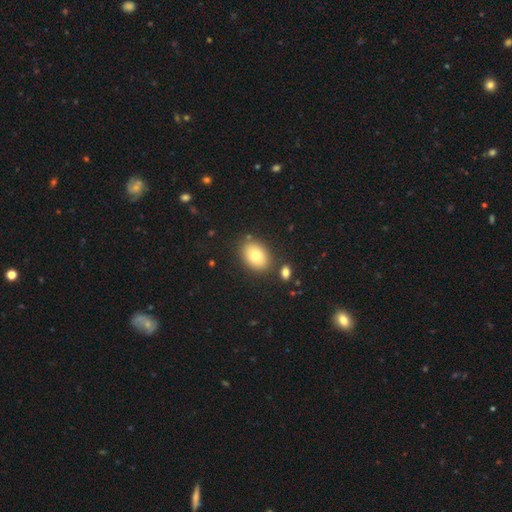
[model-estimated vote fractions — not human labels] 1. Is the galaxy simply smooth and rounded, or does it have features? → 80% smooth, 12% featured or disk, 8% star or artifact.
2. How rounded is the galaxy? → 81% in between, 18% round, 1% cigar-shaped.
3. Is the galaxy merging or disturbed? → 83% none, 10% minor disturbance, 5% merger, 3% major disturbance.